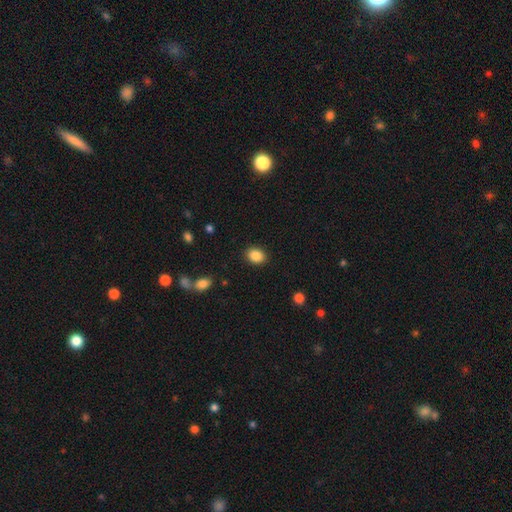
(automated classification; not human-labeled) This is clearly a smooth galaxy (87%). How rounded: likely in between (66%). Merging: clearly none (89%).